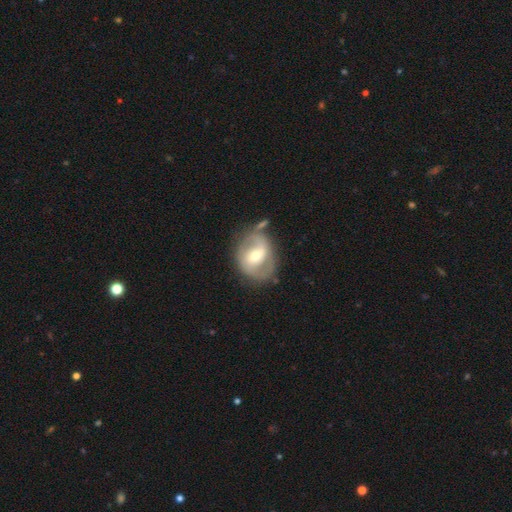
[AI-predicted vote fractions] The model was most divided on "spiral winding": medium: 47%, tight: 30%, loose: 23%. Remaining: edge-on disk — no (97%); spiral arms — yes (81%); spiral arm count — 2 (81%); smooth or featured — featured or disk (74%); merging — none (64%); bulge size — moderate (60%); bar — weak (46%).